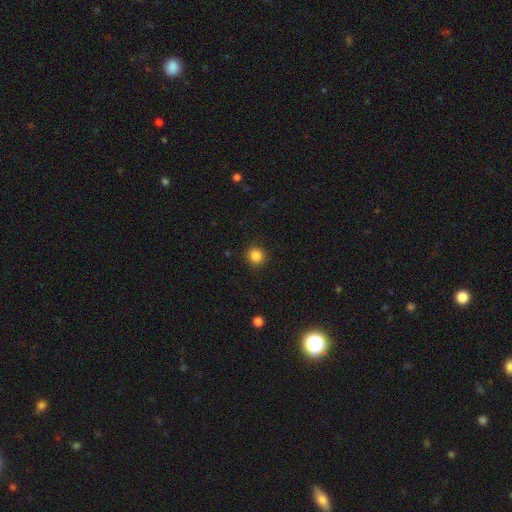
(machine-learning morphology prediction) This appears to be a smooth galaxy with no disk features (85%) that is round (91%). Merging: none (90%).